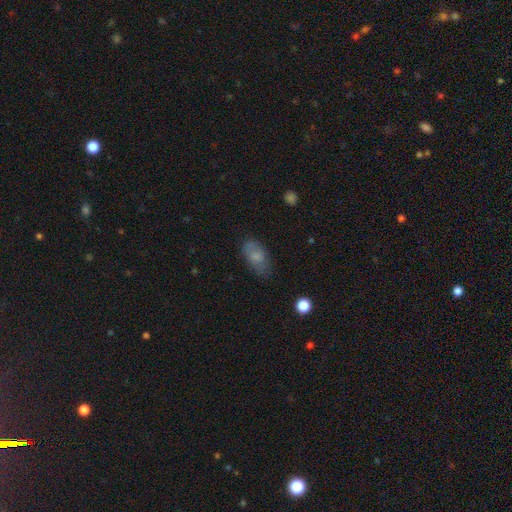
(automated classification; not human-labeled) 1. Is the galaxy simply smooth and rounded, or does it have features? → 72% smooth, 19% featured or disk, 9% star or artifact.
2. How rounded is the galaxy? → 91% in between, 5% round, 5% cigar-shaped.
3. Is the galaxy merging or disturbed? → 69% none, 22% minor disturbance, 7% major disturbance, 2% merger.